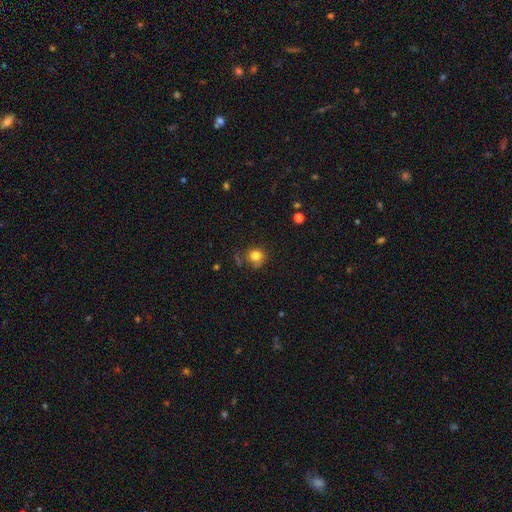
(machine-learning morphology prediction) This is clearly a smooth galaxy (80%). How rounded: clearly round (82%). Merging: likely none (68%).